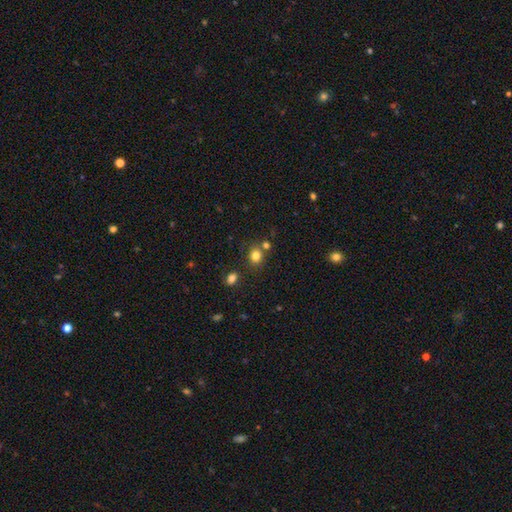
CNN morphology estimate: smooth-or-featured: smooth: 80% | star or artifact: 14% | featured or disk: 6%
  how-rounded: round: 72% | in between: 27% | cigar-shaped: 1%
  merging: none: 72% | merger: 14% | minor disturbance: 11% | major disturbance: 4%